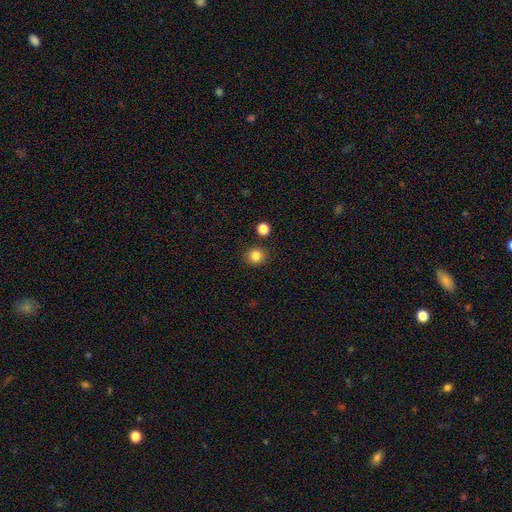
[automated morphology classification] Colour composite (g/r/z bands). It shows a smooth galaxy with no disk features (85%) that is round (86%). Merging: none (87%).